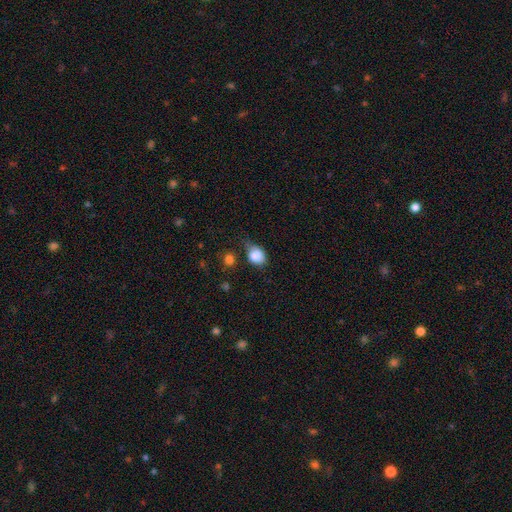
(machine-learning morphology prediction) Smooth or featured? smooth (82%)
How rounded? in between (58%)
Merging? minor disturbance (41%)